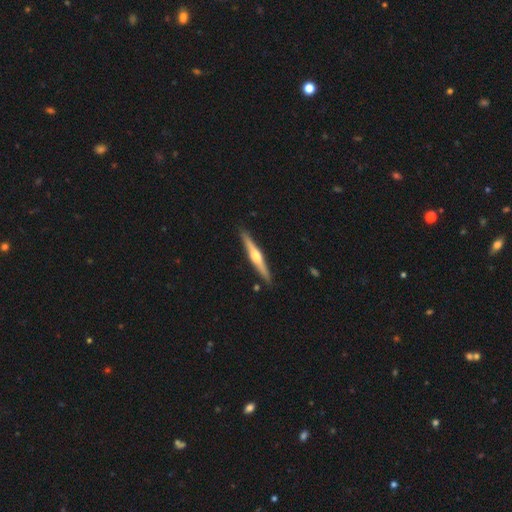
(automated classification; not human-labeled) Smooth or featured: featured or disk — 74% (smooth — 21%)
Edge-on disk: yes — 98% (no — 2%)
Edge-on bulge: rounded — 90% (boxy — 6%)
Merging: none — 91% (minor disturbance — 7%)